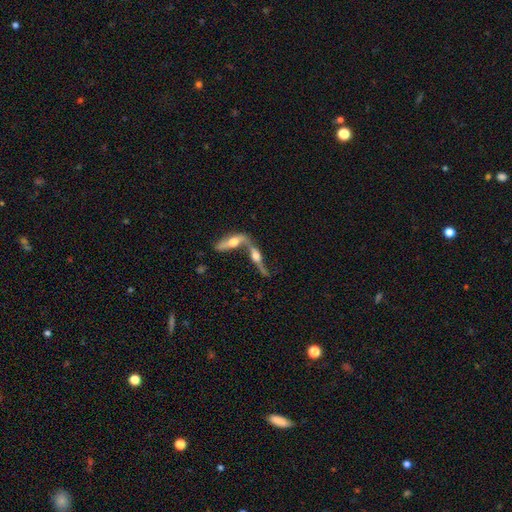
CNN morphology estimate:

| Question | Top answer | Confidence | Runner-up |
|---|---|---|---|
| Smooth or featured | featured or disk | 72% | smooth (21%) |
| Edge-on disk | yes | 69% | no (31%) |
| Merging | merger | 68% | none (20%) |